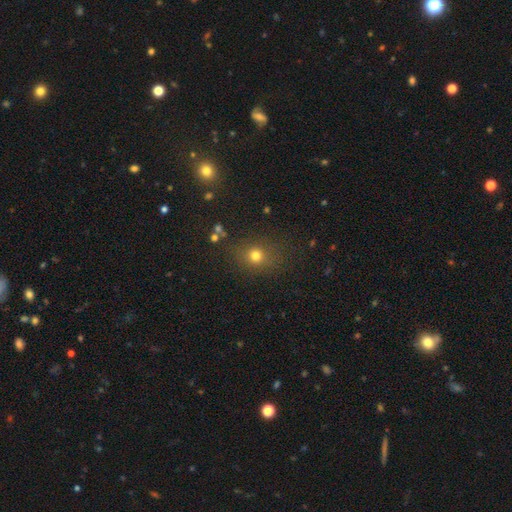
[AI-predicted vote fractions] This appears to be a smooth galaxy with no disk features (73%) that is round (75%). Merging: none (82%).